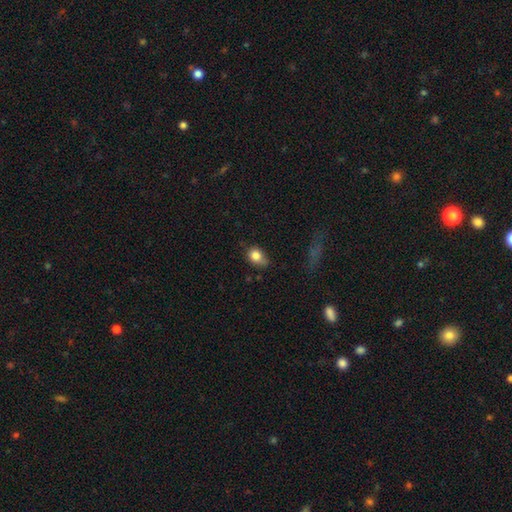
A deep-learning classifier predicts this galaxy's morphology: Smooth or featured?
  - smooth: 81% *
  - star or artifact: 10%
  - featured or disk: 9%
How rounded?
  - in between: 58% *
  - round: 40%
  - cigar-shaped: 2%
Merging?
  - none: 47% *
  - minor disturbance: 38%
  - major disturbance: 11%
  - merger: 4%